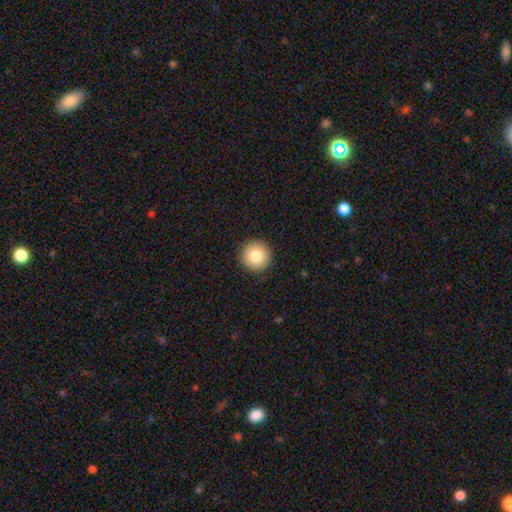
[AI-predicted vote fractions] Morphology: type=smooth (81%); roundness=round (96%); merging=none (92%).